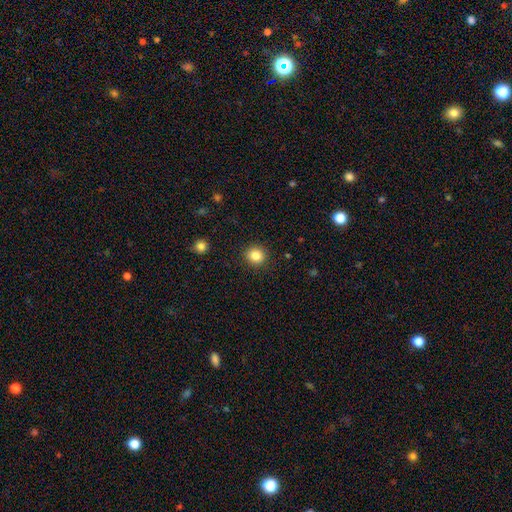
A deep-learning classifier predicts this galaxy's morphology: The model was most divided on "smooth or featured": smooth: 84%, star or artifact: 11%, featured or disk: 5%. More confident: merging — none (91%); how rounded — round (91%).